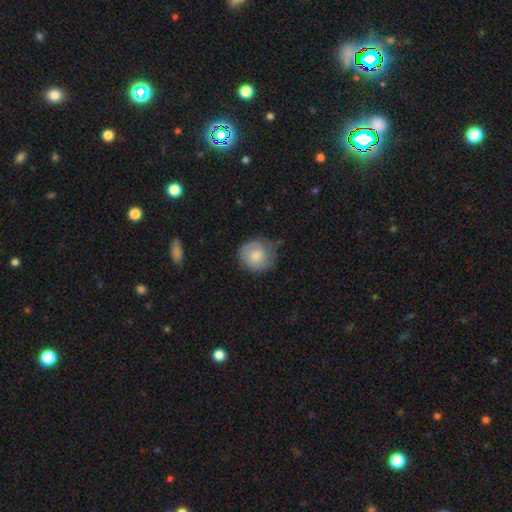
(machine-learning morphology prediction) Smooth or featured: smooth — 65% (featured or disk — 29%)
How rounded: round — 84% (in between — 15%)
Merging: none — 64% (minor disturbance — 26%)